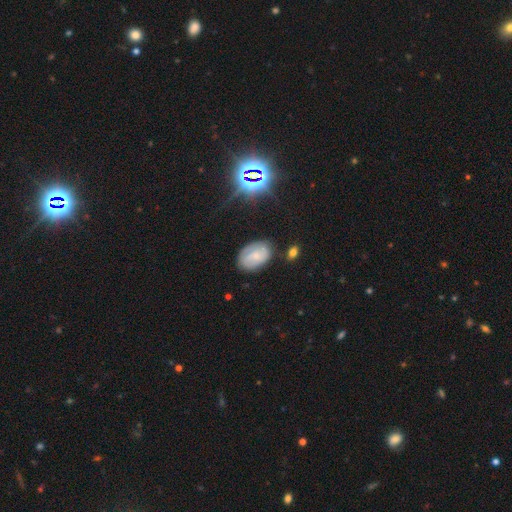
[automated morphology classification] The model was most divided on "smooth or featured": smooth: 48%, featured or disk: 42%, star or artifact: 9%. More confident: merging — none (75%).